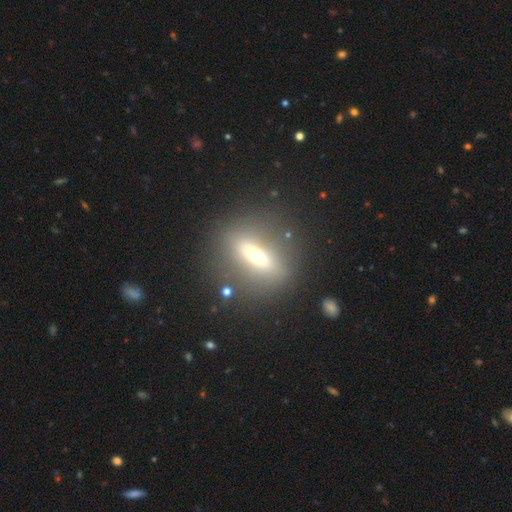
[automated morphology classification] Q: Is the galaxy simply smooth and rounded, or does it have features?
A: featured or disk — 50%.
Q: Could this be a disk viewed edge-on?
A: yes — 62%.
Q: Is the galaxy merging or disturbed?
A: none — 80%.